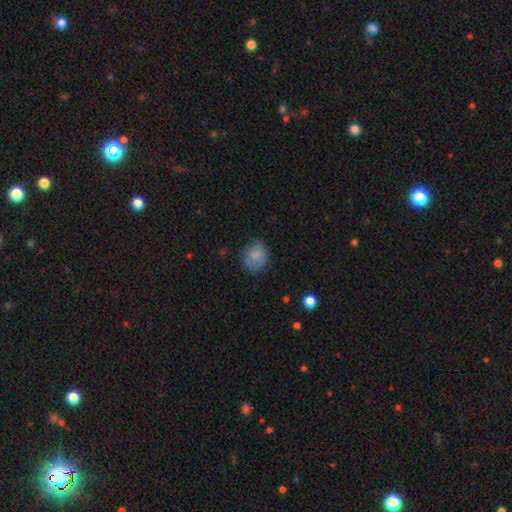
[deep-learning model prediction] This is likely a smooth galaxy (77%). How rounded: likely round (65%). Merging: likely none (67%).